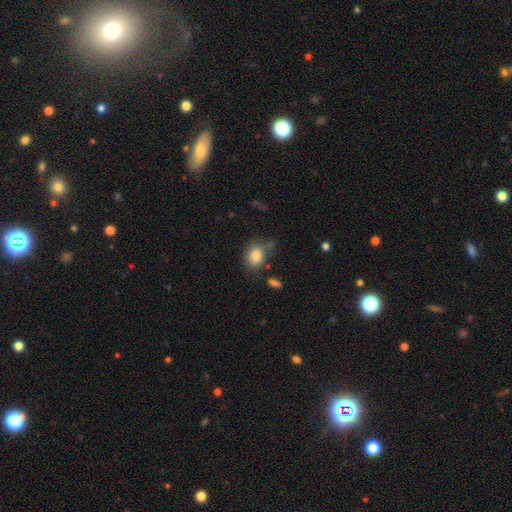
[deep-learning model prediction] Morphology: type=smooth (84%); roundness=in between (53%); merging=none (66%).